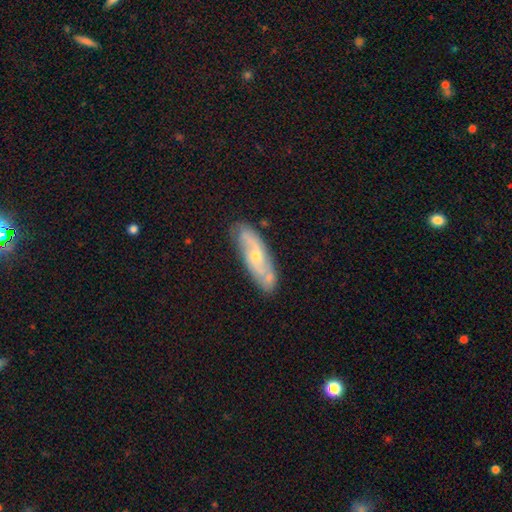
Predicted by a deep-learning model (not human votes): This is likely a featured or disk galaxy (64%). It is likely not viewed edge-on (77%). Merging: likely none (71%).